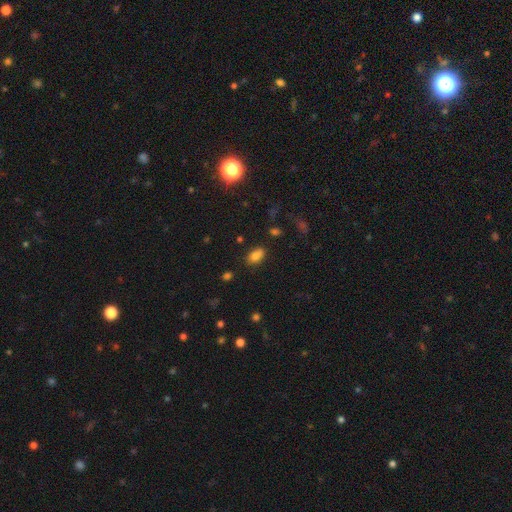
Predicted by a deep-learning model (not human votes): smooth 82%, star or artifact 12%, featured or disk 6%. Down the decision tree: how rounded — in between (90%); merging — none (79%).